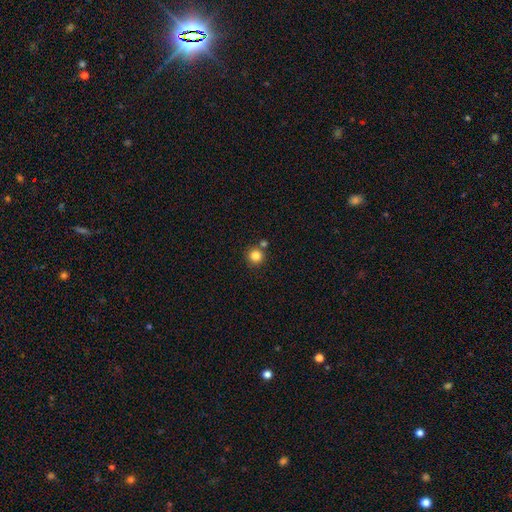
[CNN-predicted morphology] This appears to be a smooth galaxy with no disk features (84%) that is round (95%). Merging: none (76%).